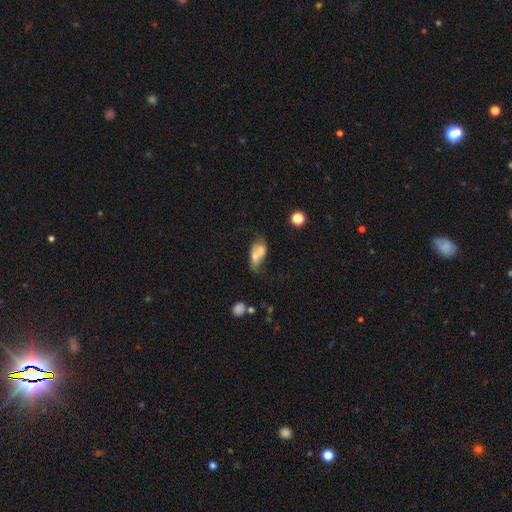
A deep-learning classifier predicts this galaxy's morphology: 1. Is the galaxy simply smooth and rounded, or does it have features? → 63% smooth, 27% featured or disk, 10% star or artifact.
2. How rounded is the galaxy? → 72% in between, 21% round, 7% cigar-shaped.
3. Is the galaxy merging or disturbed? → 61% merger, 19% none, 11% minor disturbance, 9% major disturbance.